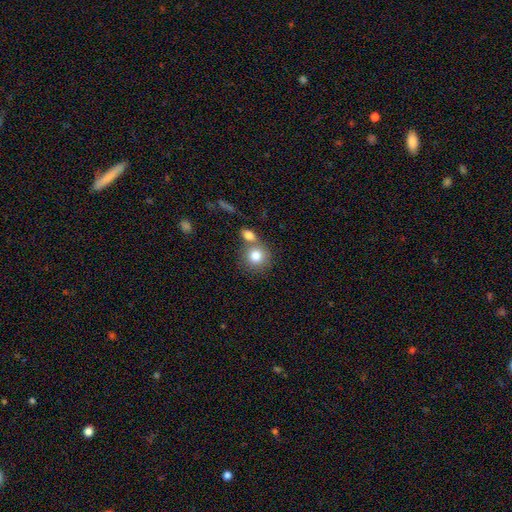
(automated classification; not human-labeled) Morphology: type=smooth (81%); roundness=round (84%); merging=none (52%).